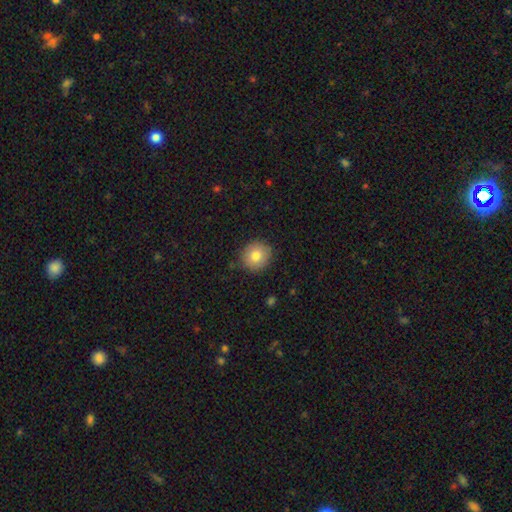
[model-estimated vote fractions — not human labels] This is likely a smooth galaxy (78%). How rounded: clearly round (90%). Merging: clearly none (86%).